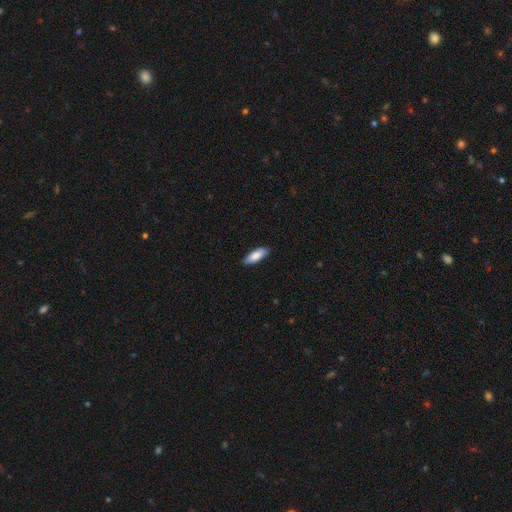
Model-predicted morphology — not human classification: smooth 82%, featured or disk 12%, star or artifact 5%. Down the decision tree: how rounded — in between (65%); merging — none (85%).